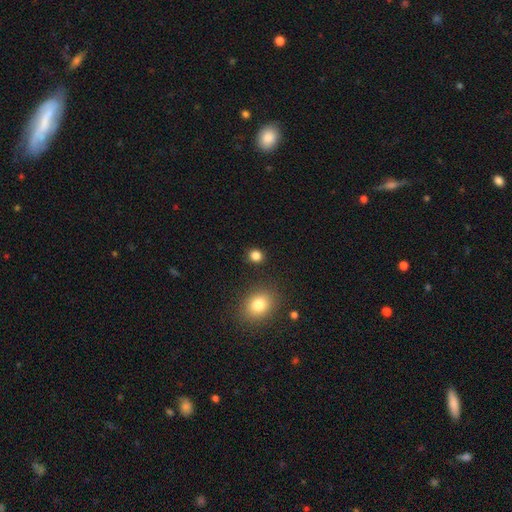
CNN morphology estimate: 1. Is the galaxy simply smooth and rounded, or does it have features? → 83% smooth, 13% star or artifact, 4% featured or disk.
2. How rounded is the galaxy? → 77% round, 22% in between, 1% cigar-shaped.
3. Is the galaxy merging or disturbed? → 87% none, 7% minor disturbance, 3% merger, 2% major disturbance.